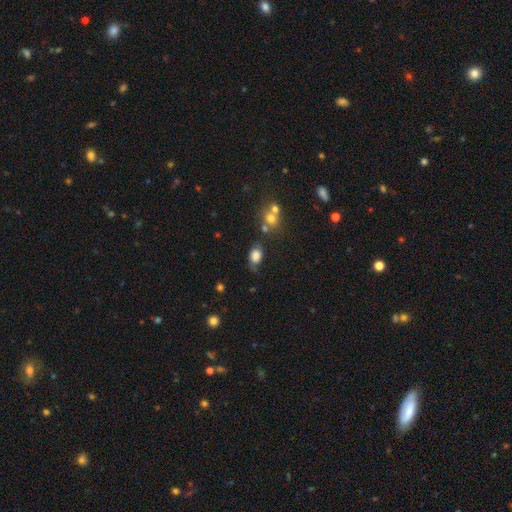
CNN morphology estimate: smooth 77%, featured or disk 12%, star or artifact 10%. Down the decision tree: how rounded — in between (74%); merging — none (51%).